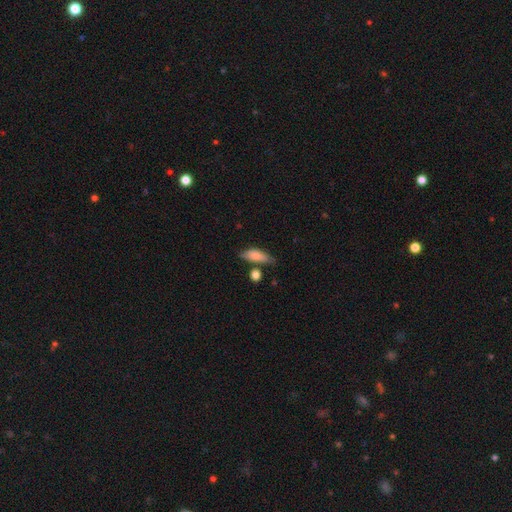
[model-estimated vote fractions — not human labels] Smooth or featured?
  - smooth: 75% *
  - featured or disk: 18%
  - star or artifact: 7%
How rounded?
  - in between: 68% *
  - cigar-shaped: 29%
  - round: 4%
Merging?
  - none: 58% *
  - minor disturbance: 24%
  - merger: 11%
  - major disturbance: 7%